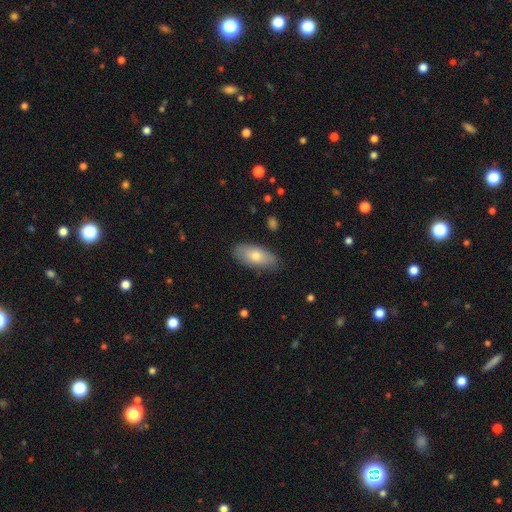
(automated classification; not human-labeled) This appears to be a smooth galaxy with no disk features (71%) that is in between round and cigar-shaped (88%). Merging: none (82%).